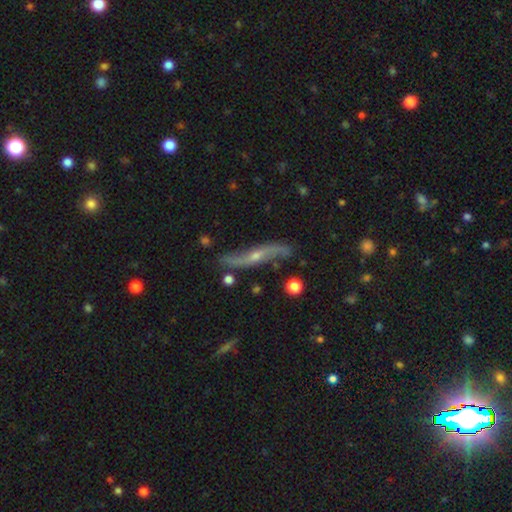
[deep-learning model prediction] Smooth or featured?
  - featured or disk: 68% *
  - smooth: 18%
  - star or artifact: 14%
Edge-on disk?
  - yes: 61% *
  - no: 39%
Merging?
  - none: 71% *
  - minor disturbance: 18%
  - major disturbance: 7%
  - merger: 4%